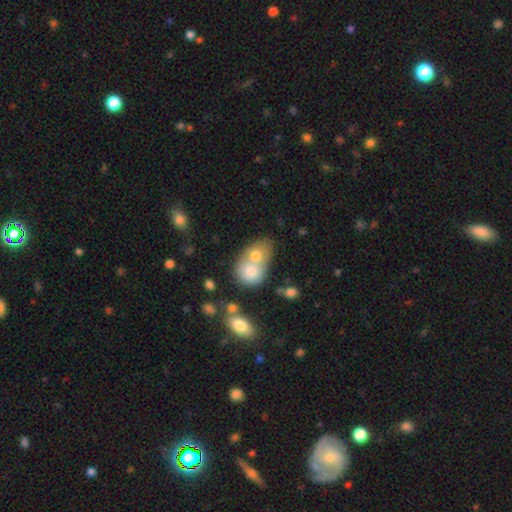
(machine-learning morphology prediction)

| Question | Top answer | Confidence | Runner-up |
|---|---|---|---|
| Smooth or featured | smooth | 71% | featured or disk (20%) |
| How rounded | in between | 53% | round (46%) |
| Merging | merger | 70% | none (20%) |